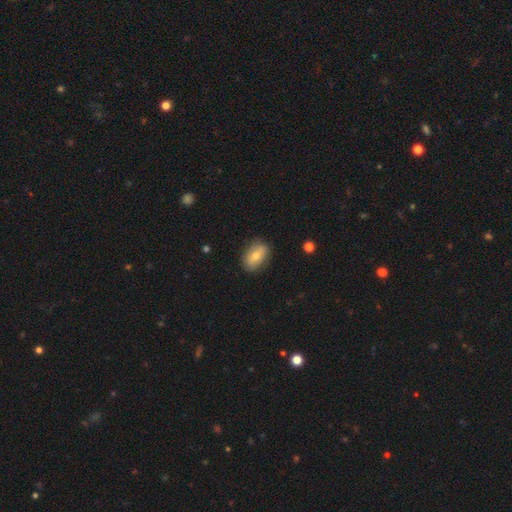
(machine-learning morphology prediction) Smooth or featured?
  - smooth: 63% *
  - featured or disk: 29%
  - star or artifact: 7%
How rounded?
  - in between: 83% *
  - round: 14%
  - cigar-shaped: 3%
Merging?
  - none: 83% *
  - minor disturbance: 13%
  - major disturbance: 3%
  - merger: 1%